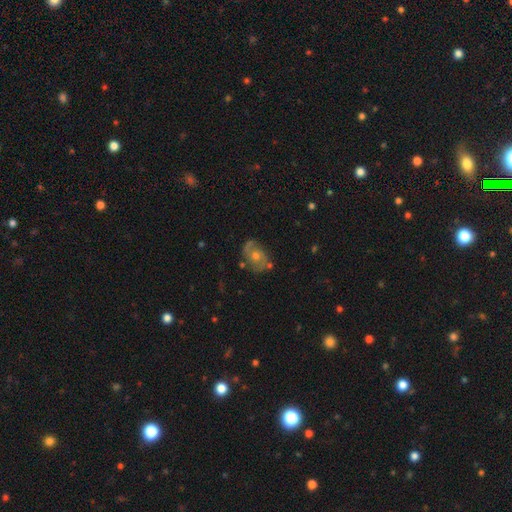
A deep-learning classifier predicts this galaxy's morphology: The model was most divided on "bulge size": moderate: 65%, small: 27%, large: 5%, none: 2%, dominant: 1%. More confident: edge-on disk — no (95%); bar — no (77%); spiral arms — yes (73%); merging — none (70%); smooth or featured — featured or disk (64%).